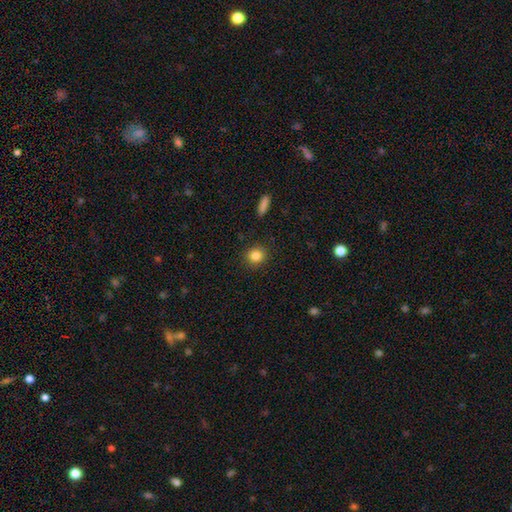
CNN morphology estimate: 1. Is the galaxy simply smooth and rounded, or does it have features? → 84% smooth, 11% star or artifact, 5% featured or disk.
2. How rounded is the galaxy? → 88% round, 11% in between, 1% cigar-shaped.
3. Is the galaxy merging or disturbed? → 90% none, 7% minor disturbance, 2% major disturbance, 1% merger.